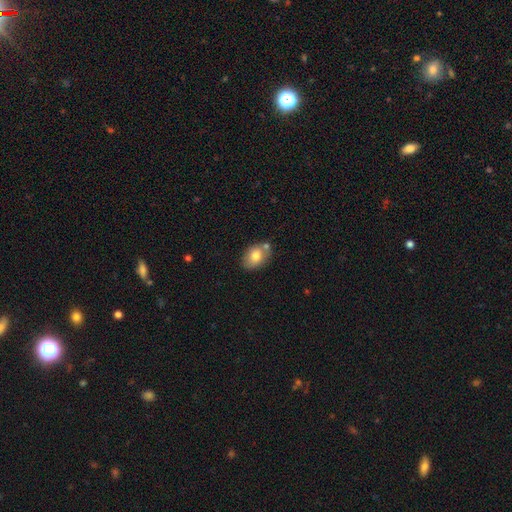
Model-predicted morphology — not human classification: A smooth galaxy with no disk features (76%) that is in between round and cigar-shaped (79%). Merging: none (64%).